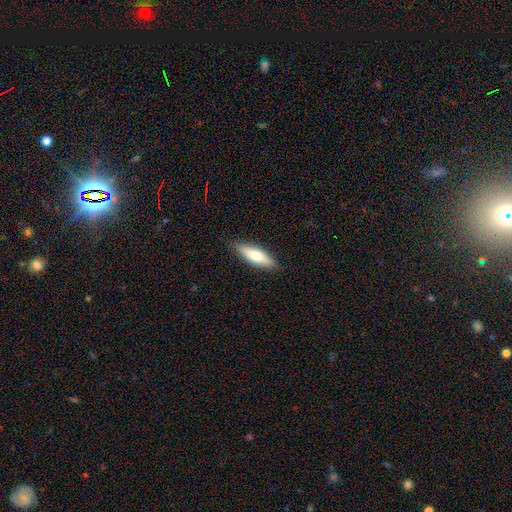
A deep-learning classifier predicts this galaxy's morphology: Smooth or featured? Predicted: smooth (p=0.68). How rounded? Predicted: cigar-shaped (p=0.52). Merging? Predicted: none (p=0.85).